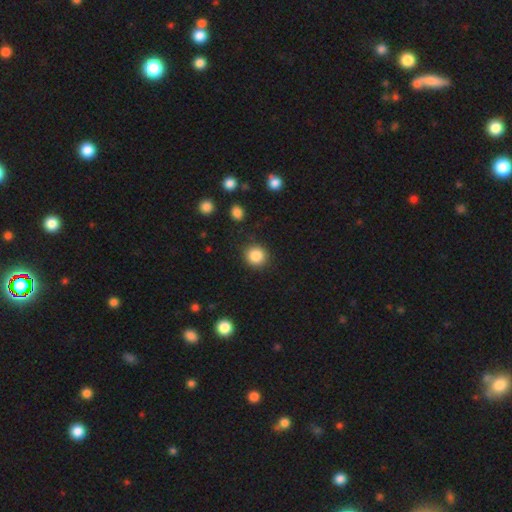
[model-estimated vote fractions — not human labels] This appears to be a smooth galaxy with no disk features (86%) that is round (91%). Merging: none (88%).